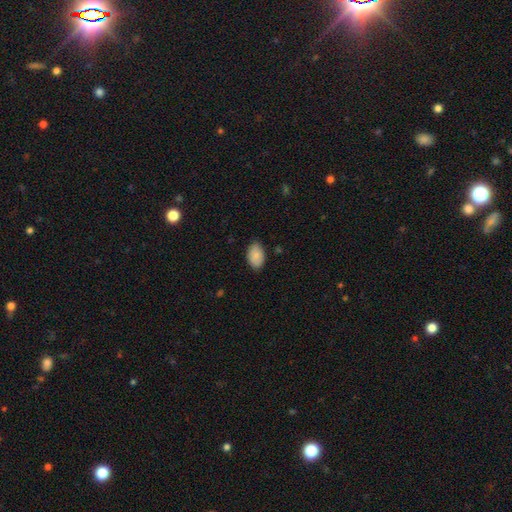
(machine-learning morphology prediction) Smooth or featured?
  - smooth: 89% *
  - star or artifact: 6%
  - featured or disk: 5%
How rounded?
  - in between: 92% *
  - round: 7%
  - cigar-shaped: 1%
Merging?
  - none: 81% *
  - minor disturbance: 15%
  - major disturbance: 3%
  - merger: 1%